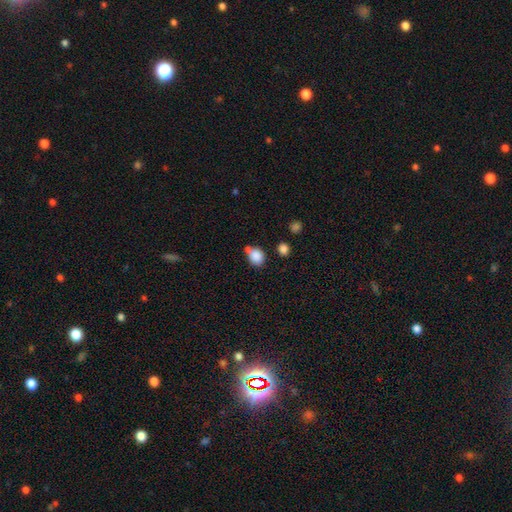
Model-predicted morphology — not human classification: Smooth or featured: smooth — 86% (star or artifact — 9%)
How rounded: round — 57% (in between — 42%)
Merging: none — 55% (merger — 23%)